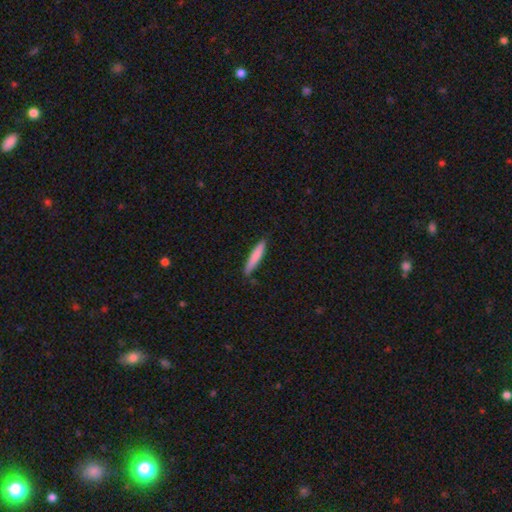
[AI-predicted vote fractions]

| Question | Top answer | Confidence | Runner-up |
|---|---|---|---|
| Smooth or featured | smooth | 80% | featured or disk (14%) |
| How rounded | cigar-shaped | 91% | in between (8%) |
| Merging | none | 84% | minor disturbance (13%) |